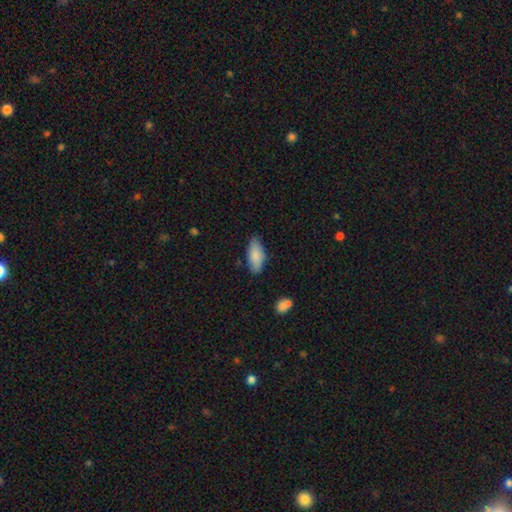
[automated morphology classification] Smooth or featured? Predicted: smooth (p=0.84). How rounded? Predicted: in between (p=0.83). Merging? Predicted: none (p=0.76).